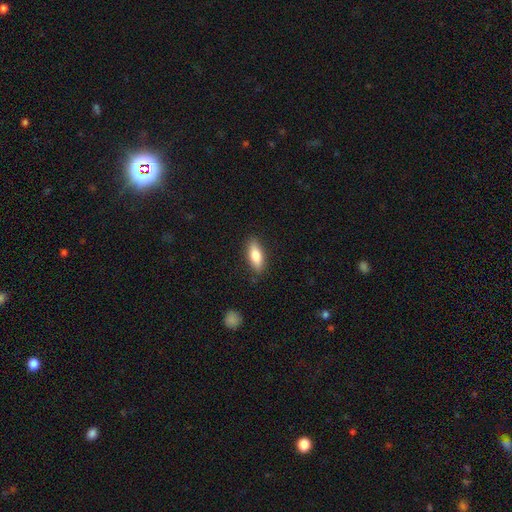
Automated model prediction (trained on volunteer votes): smooth 76%, featured or disk 18%, star or artifact 6%. Down the decision tree: how rounded — in between (66%); merging — none (85%).